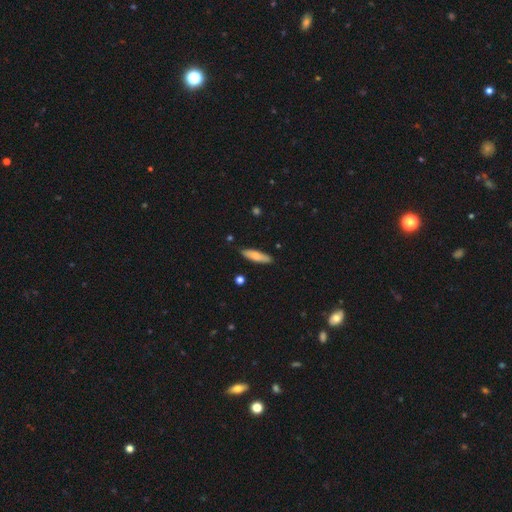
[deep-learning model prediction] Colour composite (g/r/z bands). It shows a smooth galaxy with no disk features (72%) that is cigar-shaped (70%). Merging: none (86%).